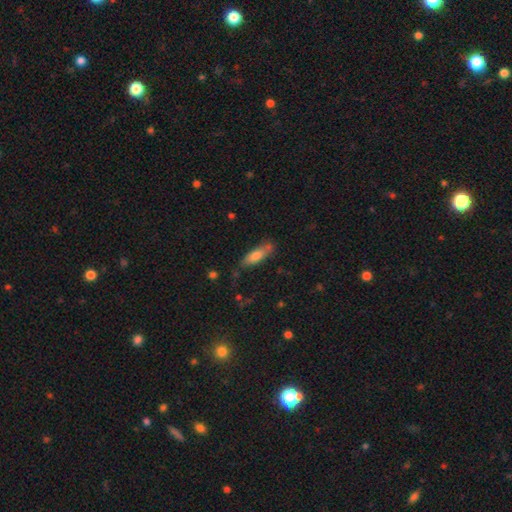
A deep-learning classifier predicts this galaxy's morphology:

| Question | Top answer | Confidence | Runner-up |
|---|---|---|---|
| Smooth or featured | smooth | 67% | featured or disk (26%) |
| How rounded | cigar-shaped | 58% | in between (40%) |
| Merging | none | 72% | minor disturbance (20%) |